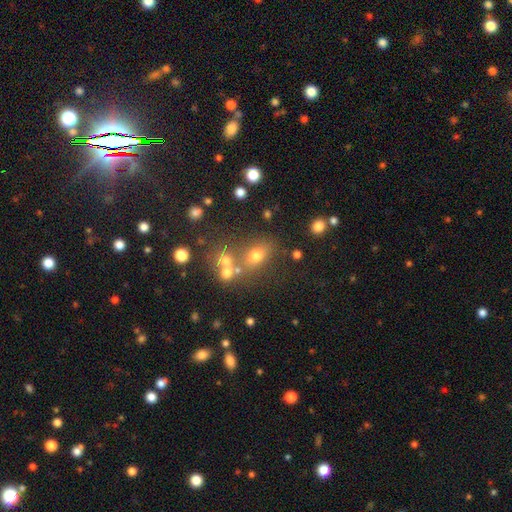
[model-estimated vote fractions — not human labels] Smooth or featured? smooth (66%)
How rounded? in between (62%)
Merging? none (59%)